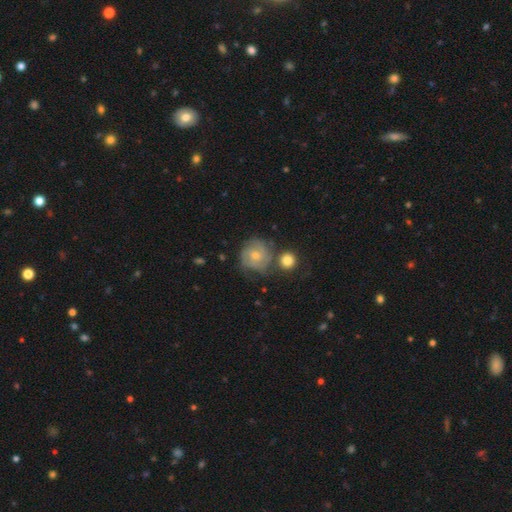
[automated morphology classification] featured or disk 62%, smooth 30%, star or artifact 7%. Down the decision tree: edge-on disk — no (98%); bar — no (69%); spiral arms — yes (88%); spiral arm count — can't tell (36%); spiral winding — tight (58%); bulge size — moderate (49%); merging — none (62%).